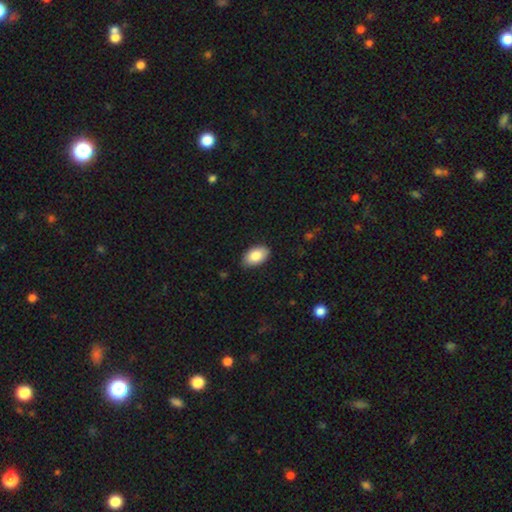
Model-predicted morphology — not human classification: A smooth galaxy with no disk features (84%) that is in between round and cigar-shaped (94%).

Vote fractions:
- Smooth or featured? smooth: 84% / featured or disk: 10% / star or artifact: 6%
- How rounded? in between: 94% / round: 5% / cigar-shaped: 1%
- Merging? none: 86% / minor disturbance: 11% / major disturbance: 2% / merger: 1%